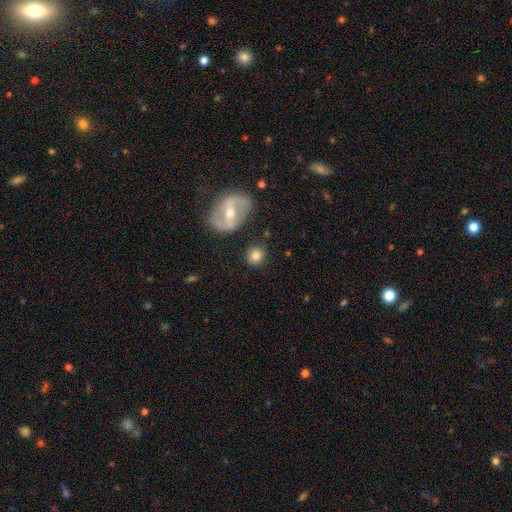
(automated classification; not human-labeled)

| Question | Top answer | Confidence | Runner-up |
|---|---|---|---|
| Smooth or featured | smooth | 75% | featured or disk (17%) |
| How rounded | round | 85% | in between (13%) |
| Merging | none | 84% | minor disturbance (10%) |